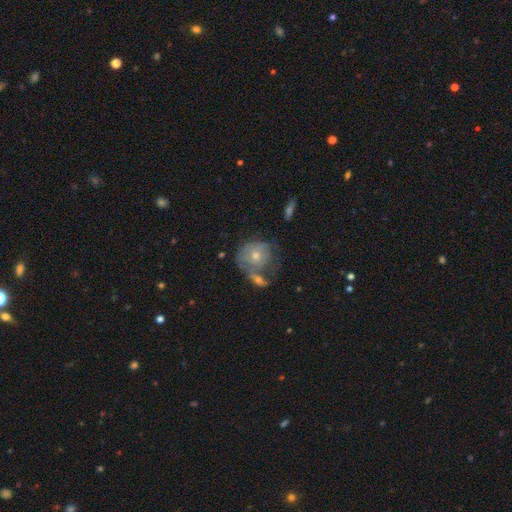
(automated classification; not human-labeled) The model was most divided on "merging": none: 44%, merger: 30%, minor disturbance: 16%, major disturbance: 10%. More confident: edge-on disk — no (96%); bar — no (84%); spiral arms — yes (64%); smooth or featured — featured or disk (57%); bulge size — moderate (55%).